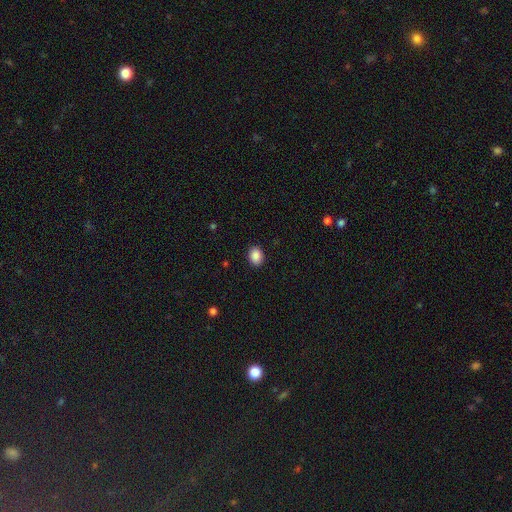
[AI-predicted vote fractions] The model was most divided on "how rounded": in between: 58%, round: 41%, cigar-shaped: 1%. More confident: merging — none (91%); smooth or featured — smooth (88%).